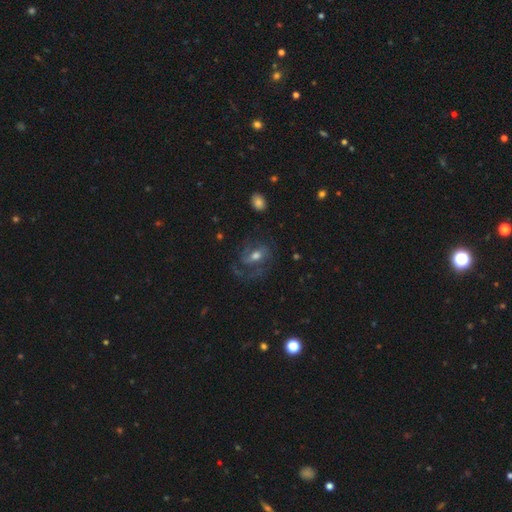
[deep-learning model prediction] This is likely a featured or disk galaxy (74%). It is clearly not viewed edge-on (96%). Bar: possibly weak (46%). Spiral arm pattern: clearly yes (89%). Spiral arm count: possibly 2 (48%). Spiral winding: possibly medium (50%). Central bulge: likely moderate (65%). Merging: possibly none (55%).